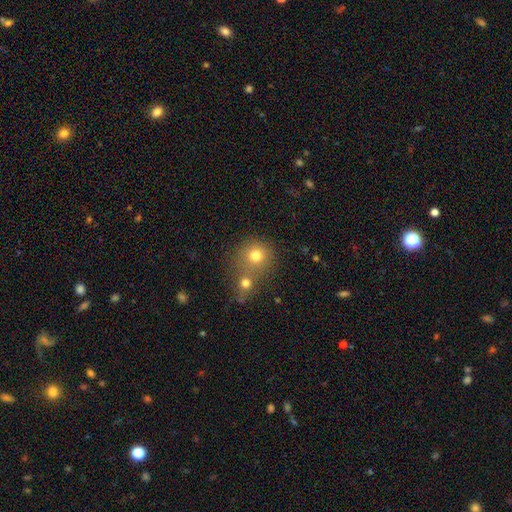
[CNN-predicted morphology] Q: Smooth or featured?
A: smooth (76%); runner-up: star or artifact (14%)
Q: How rounded?
A: round (88%); runner-up: in between (11%)
Q: Merging?
A: none (55%); runner-up: merger (34%)